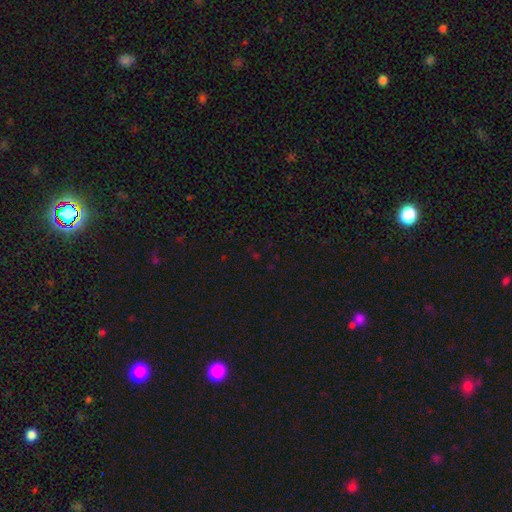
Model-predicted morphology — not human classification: Smooth or featured: star or artifact — 65% (smooth — 27%)